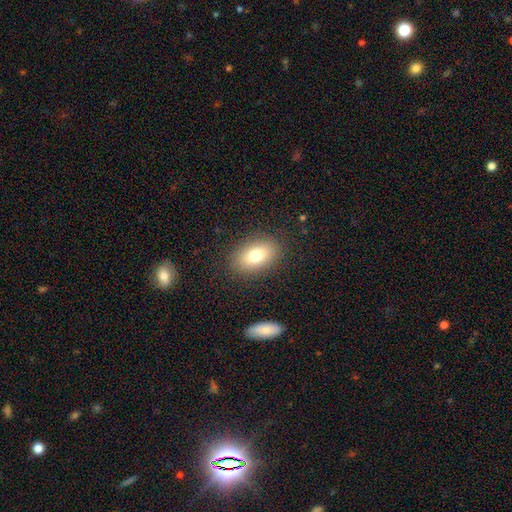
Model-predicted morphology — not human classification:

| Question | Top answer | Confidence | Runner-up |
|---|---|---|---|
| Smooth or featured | smooth | 77% | featured or disk (14%) |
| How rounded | in between | 87% | round (11%) |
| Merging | none | 86% | minor disturbance (9%) |